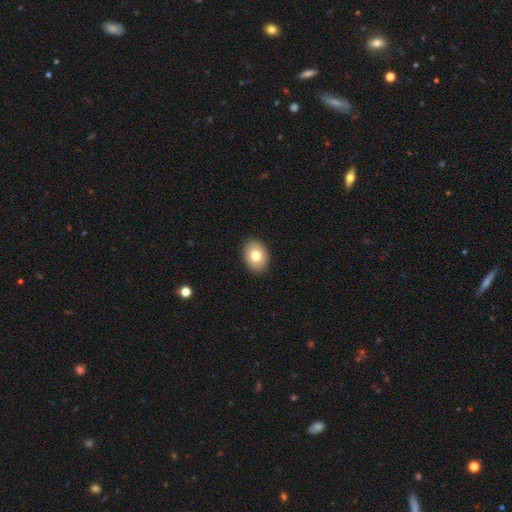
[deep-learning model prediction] Morphology: type=smooth (77%); roundness=in between (71%); merging=none (90%).